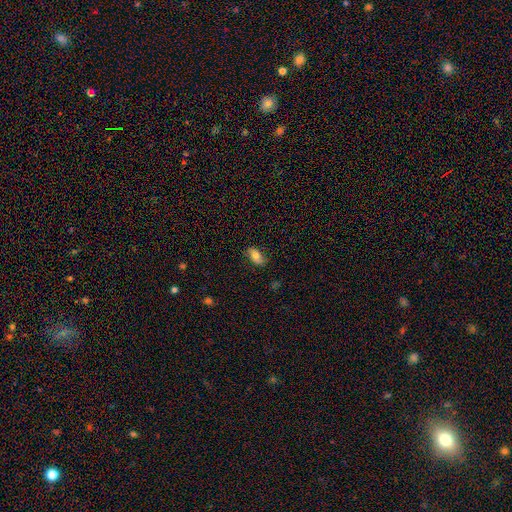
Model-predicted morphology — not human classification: smooth 65%, featured or disk 27%, star or artifact 8%. Down the decision tree: how rounded — in between (88%); merging — none (78%).